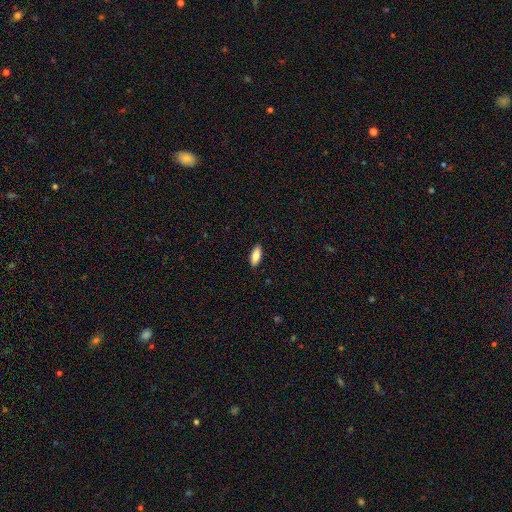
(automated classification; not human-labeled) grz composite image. It shows a smooth galaxy with no disk features (82%) that is in between round and cigar-shaped (79%). Merging: none (89%).